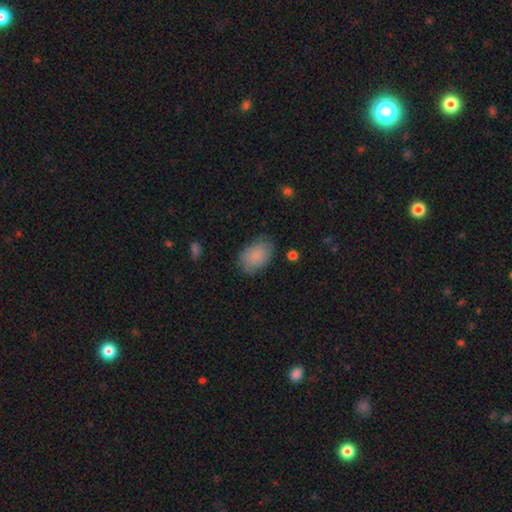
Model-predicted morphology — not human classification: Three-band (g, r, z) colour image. It shows a smooth galaxy with no disk features (83%) that is in between round and cigar-shaped (88%). Merging: none (75%).